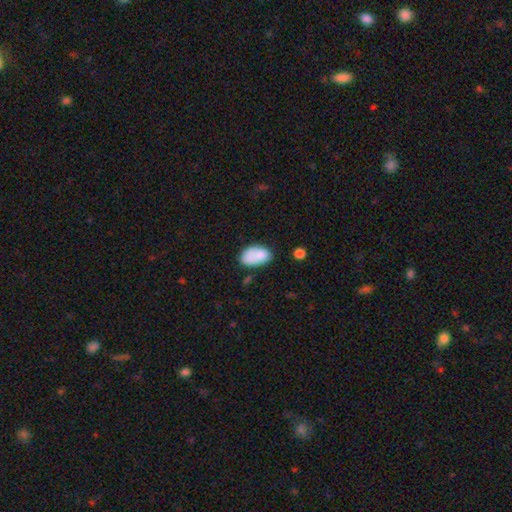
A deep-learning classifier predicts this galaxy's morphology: The model was most divided on "merging": none: 52%, minor disturbance: 25%, merger: 15%, major disturbance: 8%. More confident: how rounded — in between (92%); smooth or featured — smooth (80%).